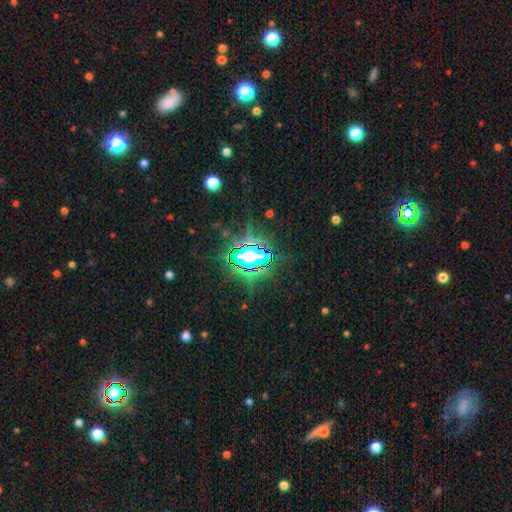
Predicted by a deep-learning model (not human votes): smooth_or_featured: star or artifact (p=0.78) [alt: smooth p=0.12]